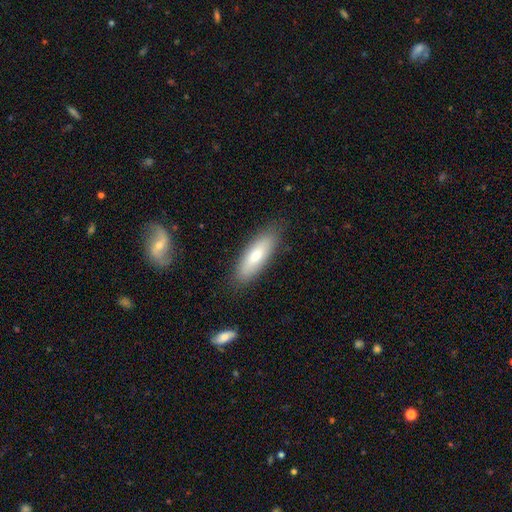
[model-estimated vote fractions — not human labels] smooth 62%, featured or disk 29%, star or artifact 9%. Down the decision tree: how rounded — cigar-shaped (53%); merging — none (85%).